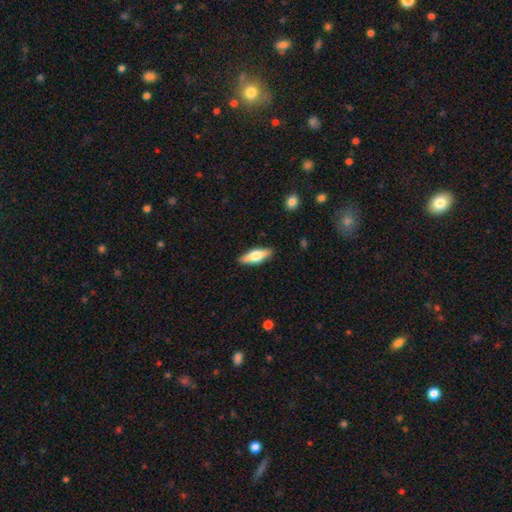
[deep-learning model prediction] Q: Smooth or featured?
A: smooth (58%); runner-up: featured or disk (36%)
Q: How rounded?
A: in between (59%); runner-up: cigar-shaped (38%)
Q: Merging?
A: none (88%); runner-up: minor disturbance (9%)